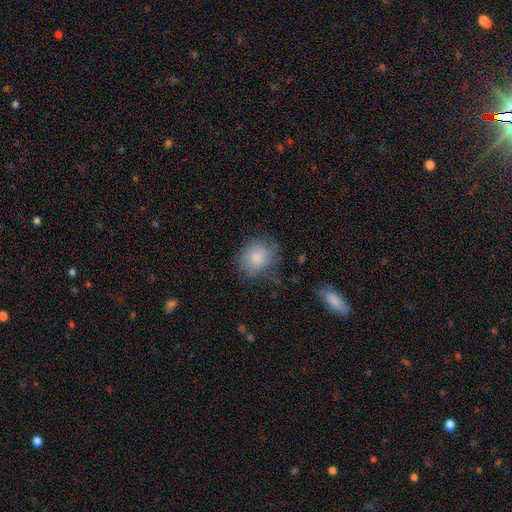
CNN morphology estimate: Smooth or featured?
  - smooth: 81% *
  - featured or disk: 11%
  - star or artifact: 8%
How rounded?
  - round: 68% *
  - in between: 31%
  - cigar-shaped: 1%
Merging?
  - none: 65% *
  - minor disturbance: 24%
  - major disturbance: 9%
  - merger: 2%